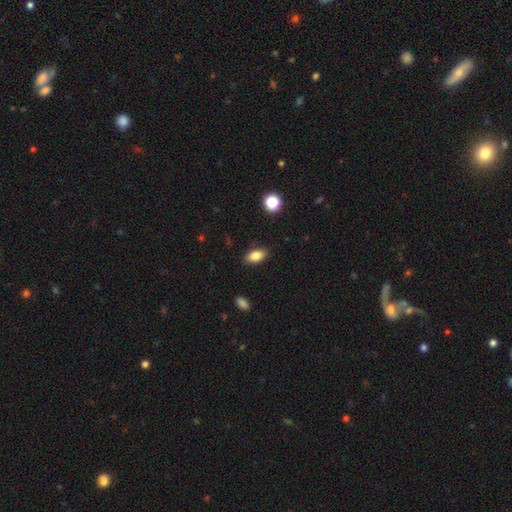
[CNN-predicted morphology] type=smooth (84%); roundness=in between (90%); merging=none (86%).